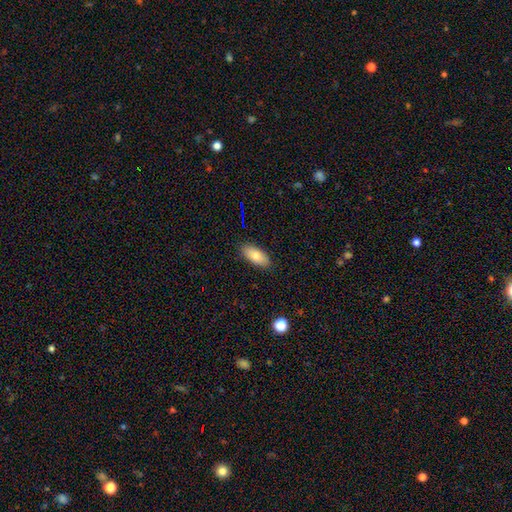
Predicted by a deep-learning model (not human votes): A smooth galaxy with no disk features (78%) that is in between round and cigar-shaped (87%).

Vote fractions:
- Smooth or featured? smooth: 78% / featured or disk: 14% / star or artifact: 7%
- How rounded? in between: 87% / cigar-shaped: 11% / round: 3%
- Merging? none: 88% / minor disturbance: 9% / major disturbance: 2% / merger: 1%